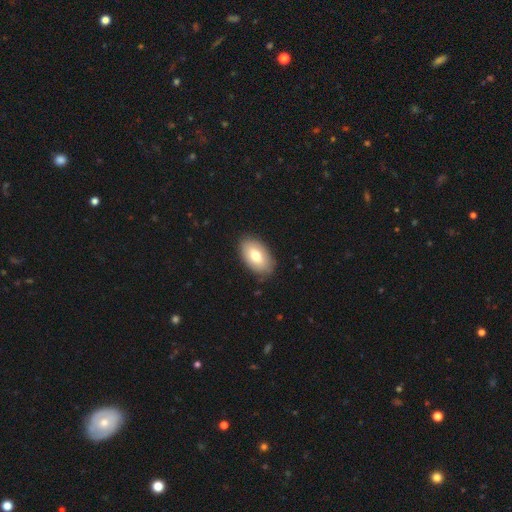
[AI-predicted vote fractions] This is likely a smooth galaxy (76%). How rounded: clearly in between (94%). Merging: clearly none (86%).